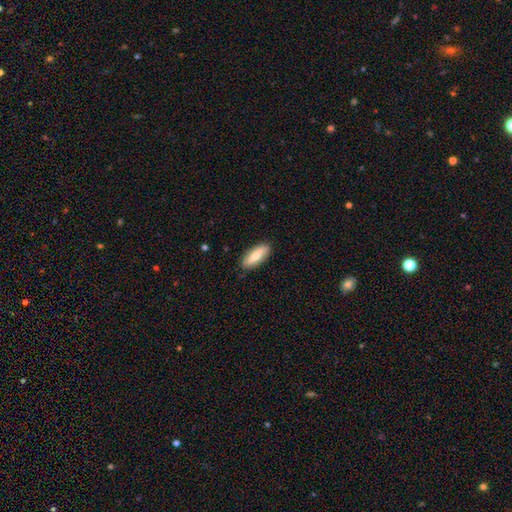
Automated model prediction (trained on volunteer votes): The model was most divided on "how rounded": in between: 66%, cigar-shaped: 32%, round: 2%. More confident: merging — none (87%); smooth or featured — smooth (75%).